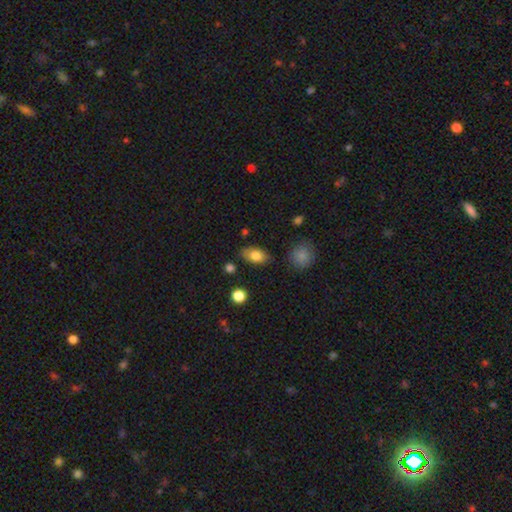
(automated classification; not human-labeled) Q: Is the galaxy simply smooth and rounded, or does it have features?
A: smooth — 80%.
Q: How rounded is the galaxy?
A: in between — 89%.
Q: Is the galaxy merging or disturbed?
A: none — 81%.